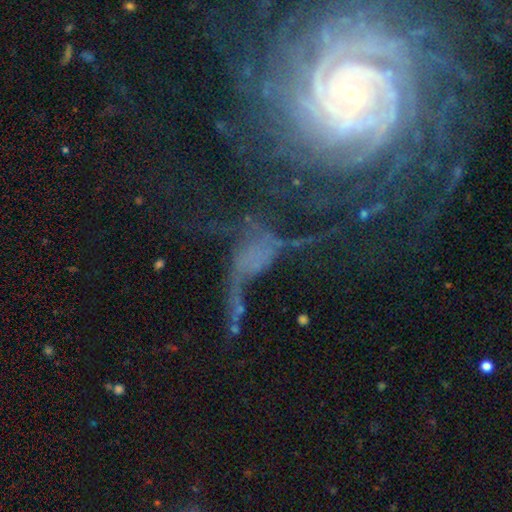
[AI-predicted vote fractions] Smooth or featured: featured or disk — 58% (star or artifact — 24%)
Edge-on disk: no — 91% (yes — 9%)
Bar: no — 64% (weak — 23%)
Spiral arms: yes — 68% (no — 32%)
Bulge size: small — 45% (none — 29%)
Merging: major disturbance — 38% (none — 33%)